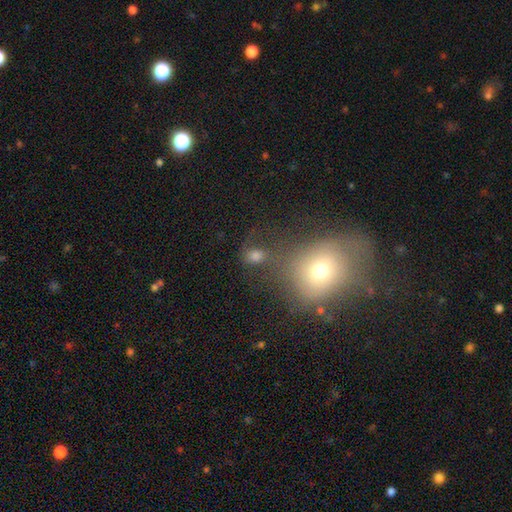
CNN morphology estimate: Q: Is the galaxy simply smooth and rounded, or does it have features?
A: smooth — 64%.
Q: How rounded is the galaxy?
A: round — 57%.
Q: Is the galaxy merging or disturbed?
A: none — 50%.